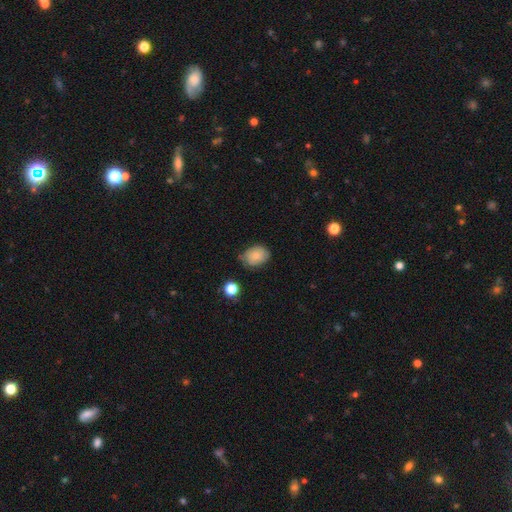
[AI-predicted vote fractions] Smooth or featured? smooth (71%)
How rounded? in between (58%)
Merging? none (67%)